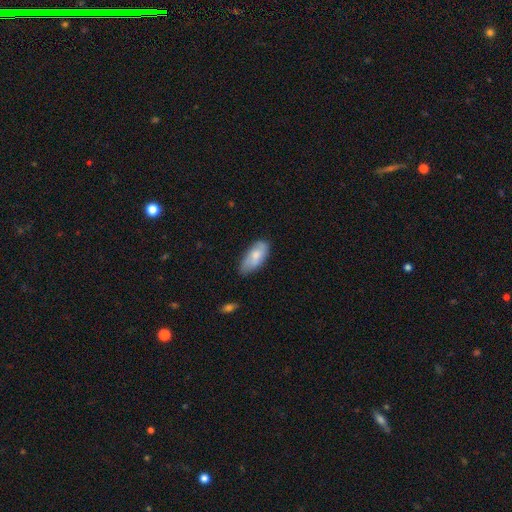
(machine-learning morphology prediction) type=smooth (74%); roundness=in between (89%); merging=none (60%).